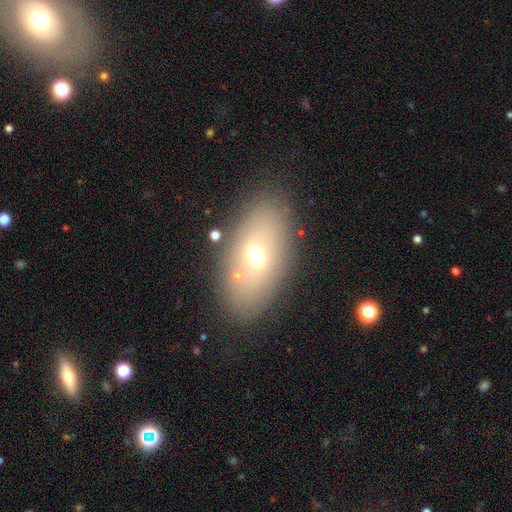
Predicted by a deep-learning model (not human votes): This appears to be a smooth galaxy with no disk features (59%) that is in between round and cigar-shaped (87%). Merging: none (79%).